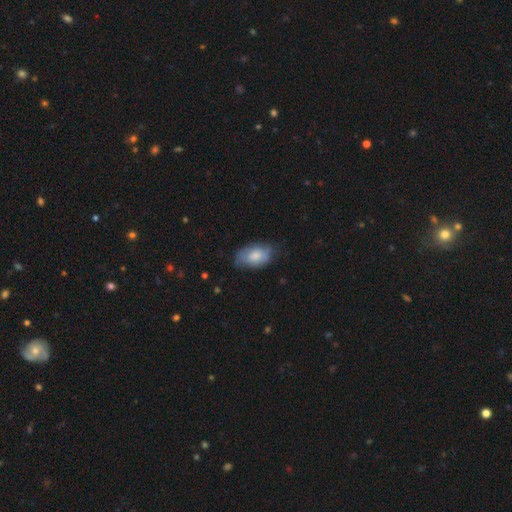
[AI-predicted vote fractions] smooth-or-featured: smooth: 75% | featured or disk: 19% | star or artifact: 6%
  how-rounded: in between: 92% | round: 6% | cigar-shaped: 2%
  merging: none: 63% | minor disturbance: 29% | major disturbance: 7% | merger: 1%